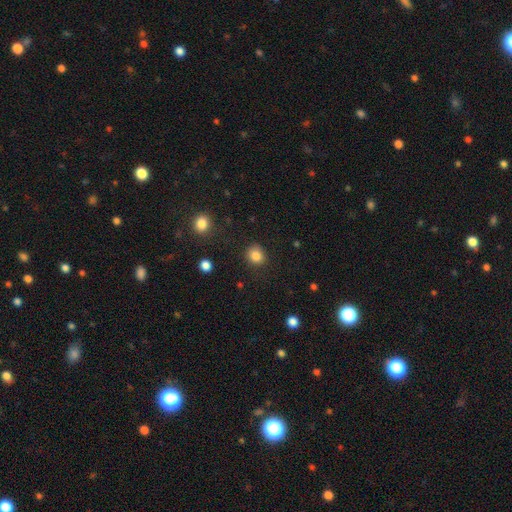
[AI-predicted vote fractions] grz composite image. It shows a smooth galaxy with no disk features (84%) that is round (77%). Merging: none (86%).